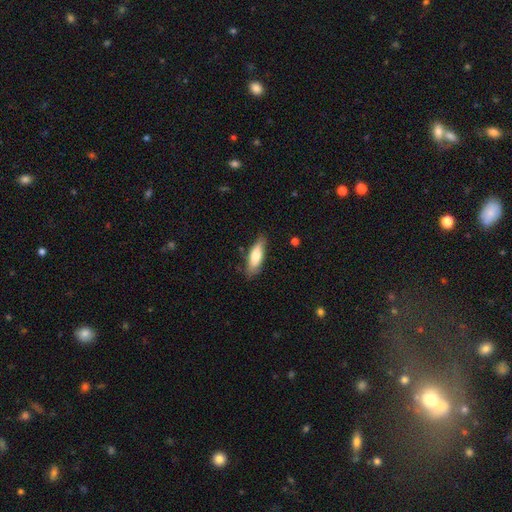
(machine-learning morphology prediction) A smooth galaxy with no disk features (73%) that is in between round and cigar-shaped (56%). Merging: none (80%).